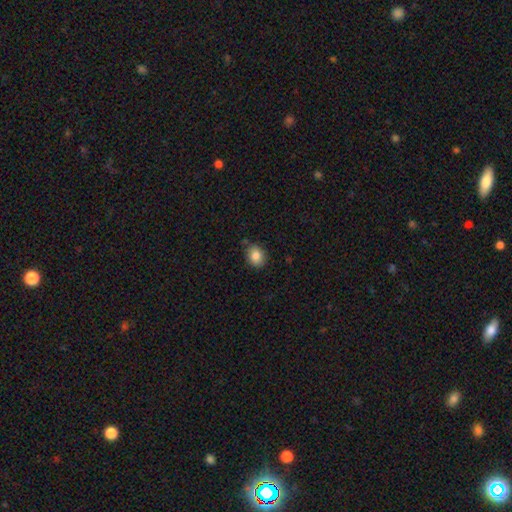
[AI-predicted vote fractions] Smooth or featured? smooth (85%)
How rounded? round (55%)
Merging? none (75%)